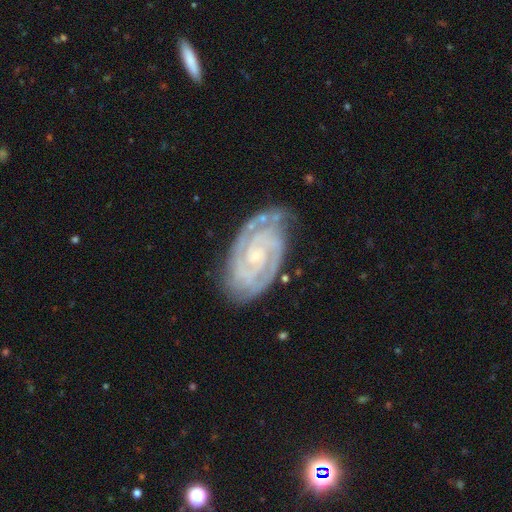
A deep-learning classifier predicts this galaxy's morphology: featured or disk 91%, star or artifact 5%, smooth 4%. Down the decision tree: edge-on disk — no (97%); bar — no (62%); spiral arms — yes (99%); spiral arm count — 2 (64%); spiral winding — tight (77%); bulge size — small (77%); merging — none (74%).